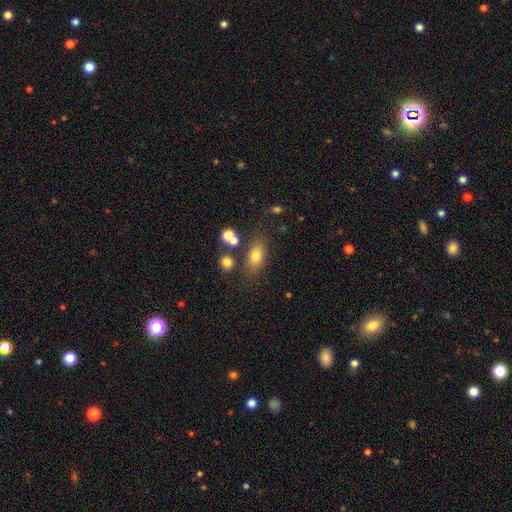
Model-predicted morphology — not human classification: smooth-or-featured: smooth: 75% | featured or disk: 13% | star or artifact: 12%
  how-rounded: in between: 78% | round: 13% | cigar-shaped: 9%
  merging: none: 72% | minor disturbance: 13% | merger: 10% | major disturbance: 5%